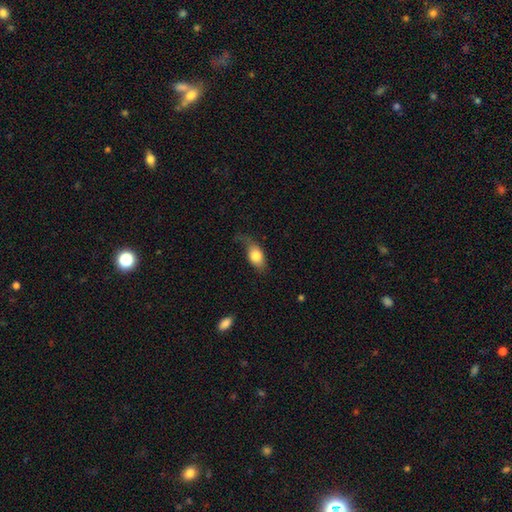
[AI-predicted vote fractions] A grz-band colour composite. It shows a smooth galaxy with no disk features (78%) that is in between round and cigar-shaped (85%). Merging: none (42%).